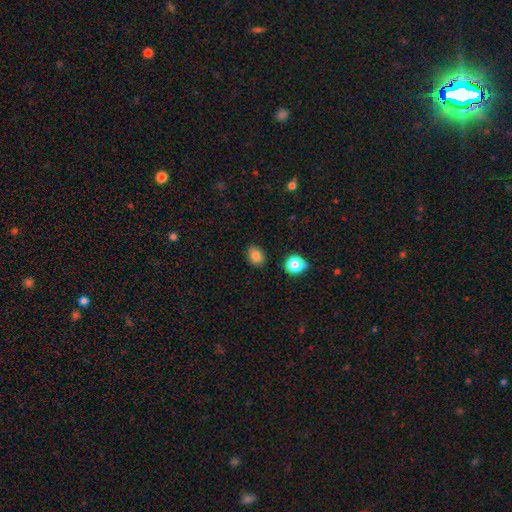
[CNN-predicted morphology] Q: Smooth or featured?
A: smooth (83%); runner-up: star or artifact (12%)
Q: How rounded?
A: in between (62%); runner-up: round (37%)
Q: Merging?
A: none (86%); runner-up: minor disturbance (10%)